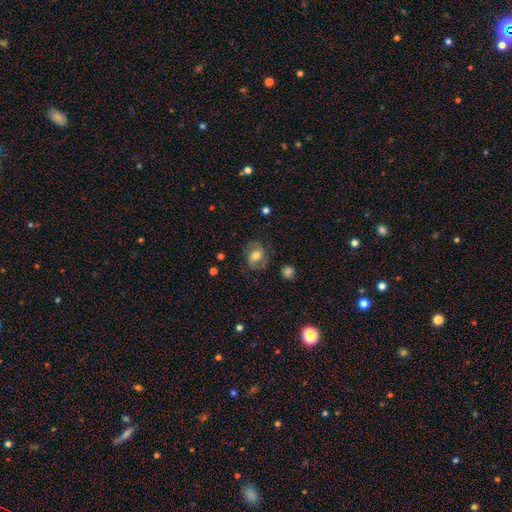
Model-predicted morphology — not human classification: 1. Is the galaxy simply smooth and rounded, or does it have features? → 48% smooth, 43% featured or disk, 9% star or artifact.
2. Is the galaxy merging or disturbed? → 72% none, 18% minor disturbance, 8% major disturbance, 2% merger.